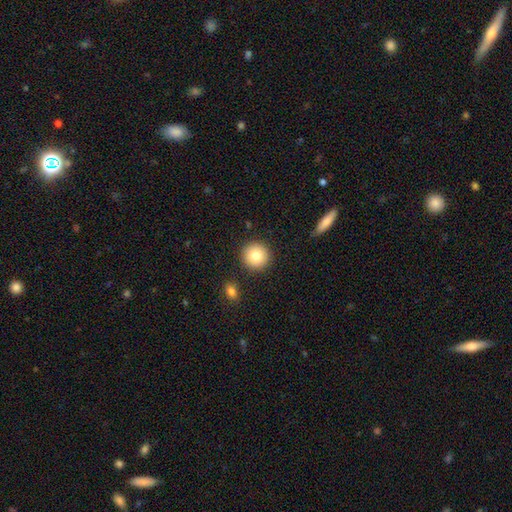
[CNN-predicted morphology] Q: Smooth or featured?
A: smooth (83%); runner-up: featured or disk (9%)
Q: How rounded?
A: round (95%); runner-up: in between (4%)
Q: Merging?
A: none (89%); runner-up: minor disturbance (6%)